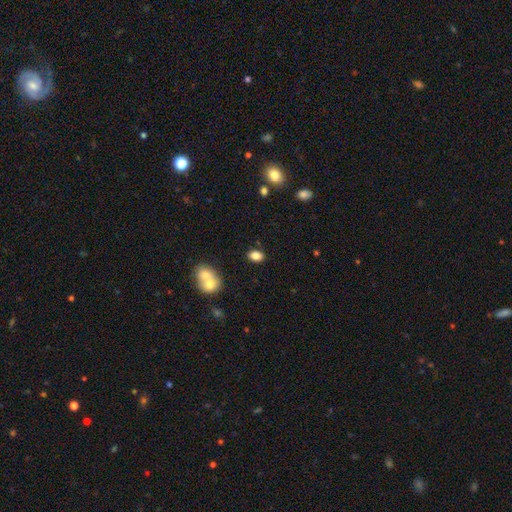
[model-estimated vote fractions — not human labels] A smooth galaxy with no disk features (84%) that is in between round and cigar-shaped (82%).

Vote fractions:
- Smooth or featured? smooth: 84% / star or artifact: 10% / featured or disk: 7%
- How rounded? in between: 82% / round: 17% / cigar-shaped: 2%
- Merging? none: 81% / minor disturbance: 9% / merger: 7% / major disturbance: 2%